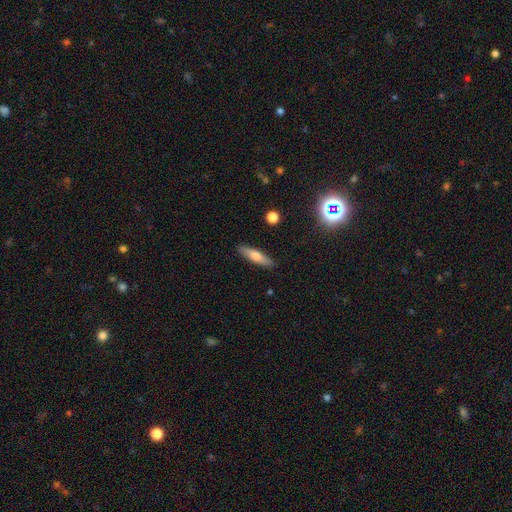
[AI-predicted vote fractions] Morphology: type=smooth (61%); roundness=cigar-shaped (74%); merging=none (89%).